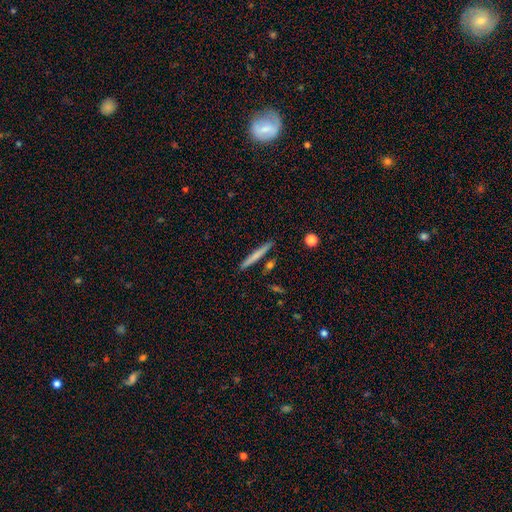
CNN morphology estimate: A smooth galaxy with no disk features (66%) that is cigar-shaped (96%). Merging: none (88%).